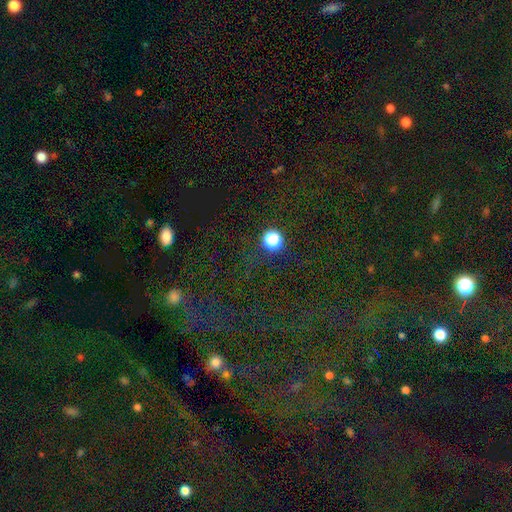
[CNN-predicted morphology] The model was most divided on "smooth or featured": star or artifact: 62%, smooth: 29%, featured or disk: 9%.